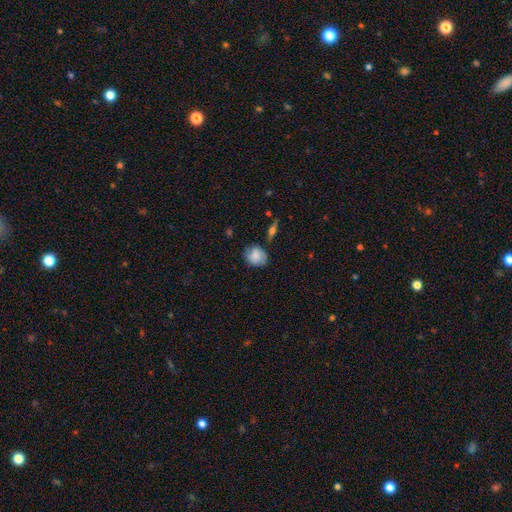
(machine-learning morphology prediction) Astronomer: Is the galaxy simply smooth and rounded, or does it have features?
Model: smooth — 72%.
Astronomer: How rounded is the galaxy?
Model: round — 67%.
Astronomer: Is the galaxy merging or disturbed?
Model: none — 70%.